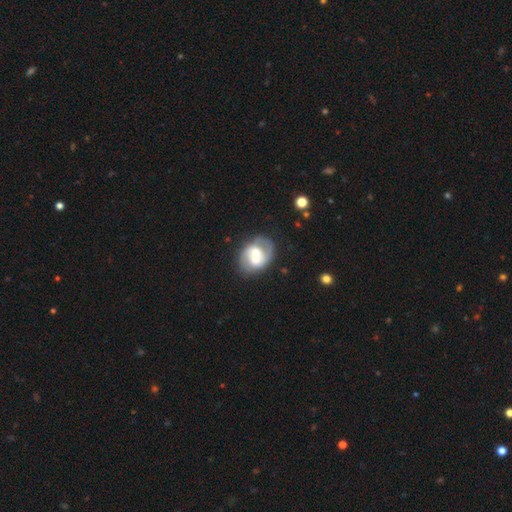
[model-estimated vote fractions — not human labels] A featured or disk galaxy (63%) with a strong bar (47%), spiral arms (70%) and a moderate central bulge (32%).

Vote fractions:
- Smooth or featured? featured or disk: 63% / smooth: 30% / star or artifact: 7%
- Edge-on disk? no: 97% / yes: 3%
- Bar? strong: 47% / weak: 37% / no: 16%
- Spiral arms? yes: 70% / no: 30%
- Bulge size? moderate: 32% / large: 31% / small: 18% / none: 14% / dominant: 5%
- Merging? none: 64% / minor disturbance: 21% / major disturbance: 11% / merger: 4%